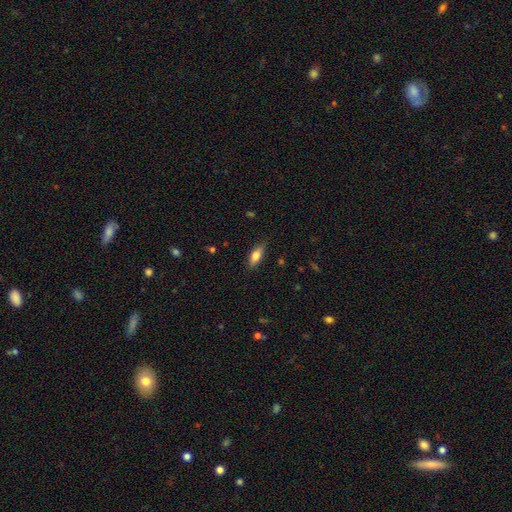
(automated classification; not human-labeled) Overall: smooth (73%). How rounded: in between (69%). Merging: none (83%).